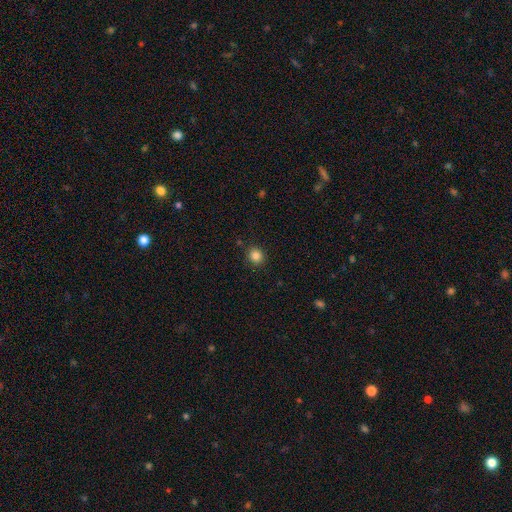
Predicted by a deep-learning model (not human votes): smooth_or_featured: smooth (p=0.85) [alt: star or artifact p=0.11]
how_rounded: round (p=0.83) [alt: in between p=0.16]
merging: none (p=0.88) [alt: minor disturbance p=0.08]